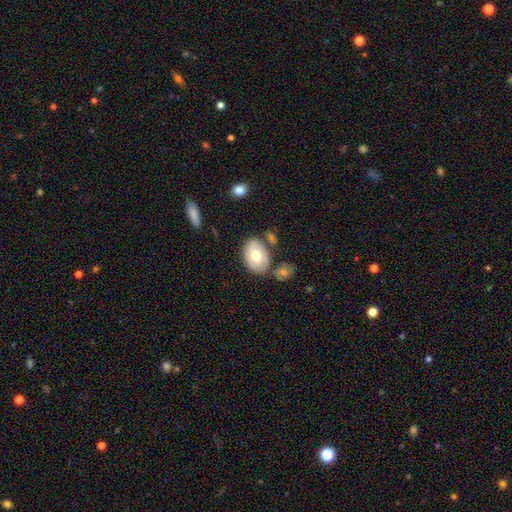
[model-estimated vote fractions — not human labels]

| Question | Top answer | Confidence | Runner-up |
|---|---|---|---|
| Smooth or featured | smooth | 61% | featured or disk (32%) |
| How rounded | in between | 81% | round (18%) |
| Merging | none | 67% | minor disturbance (17%) |